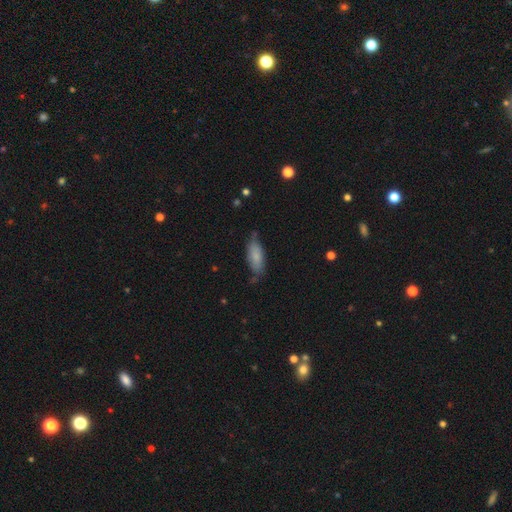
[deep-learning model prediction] Overall: smooth (78%). How rounded: in between (79%). Merging: none (62%; minor disturbance 30%).